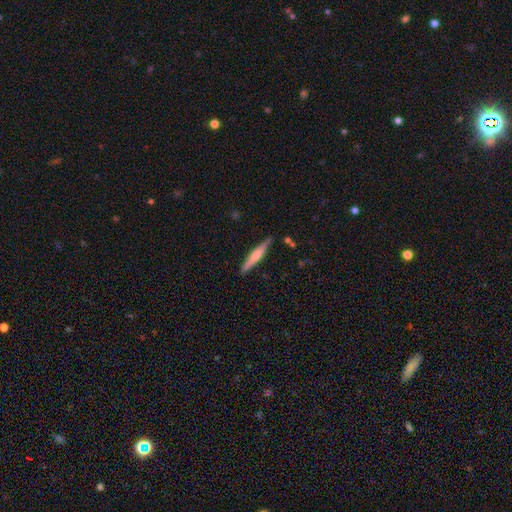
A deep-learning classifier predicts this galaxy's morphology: A featured or disk galaxy (52%) viewed edge-on (97%) with a rounded central bulge (63%). Merging: none (88%).